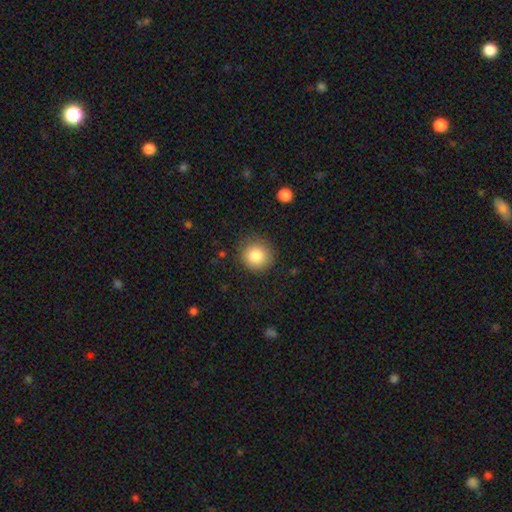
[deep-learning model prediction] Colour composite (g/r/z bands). It shows a smooth galaxy with no disk features (83%) that is round (91%). Merging: none (87%).